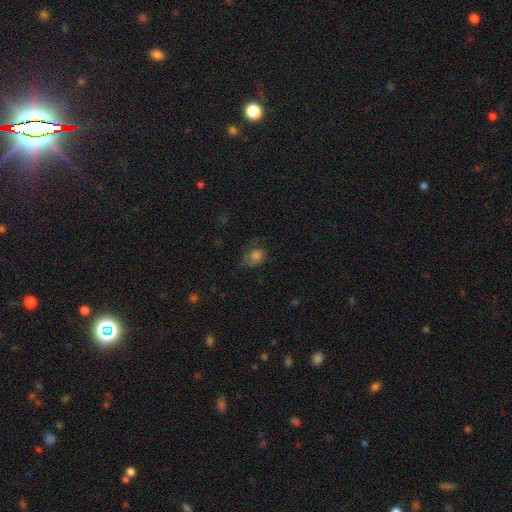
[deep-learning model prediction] The model was most divided on "how rounded": round: 52%, in between: 46%, cigar-shaped: 1%. Remaining: smooth or featured — smooth (64%); merging — none (45%).